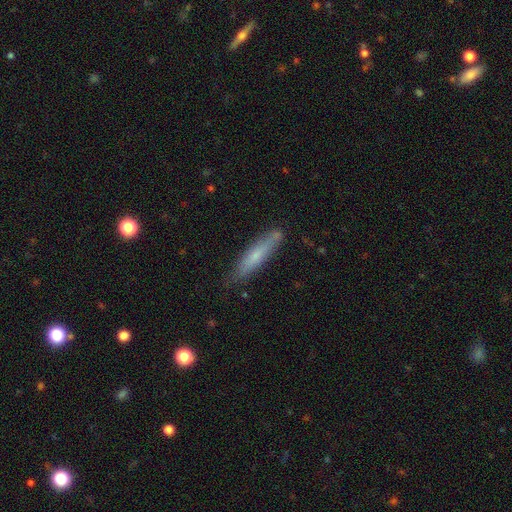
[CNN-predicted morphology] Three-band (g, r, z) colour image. It shows a smooth galaxy with no disk features (61%) that is cigar-shaped (87%). Merging: none (76%).